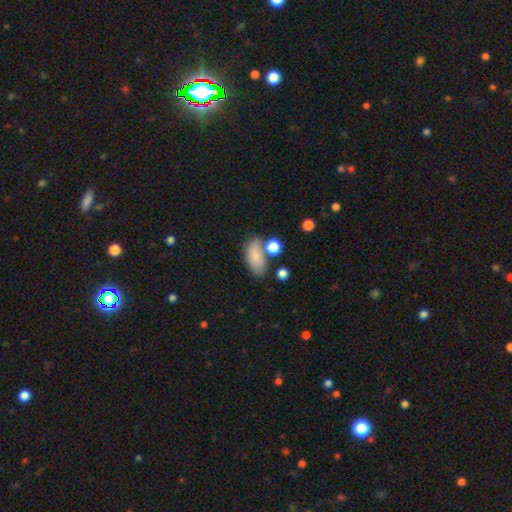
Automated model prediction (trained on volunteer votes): A smooth galaxy with no disk features (81%) that is in between round and cigar-shaped (88%).

Vote fractions:
- Smooth or featured? smooth: 81% / featured or disk: 11% / star or artifact: 9%
- How rounded? in between: 88% / round: 6% / cigar-shaped: 6%
- Merging? none: 60% / minor disturbance: 18% / merger: 15% / major disturbance: 7%